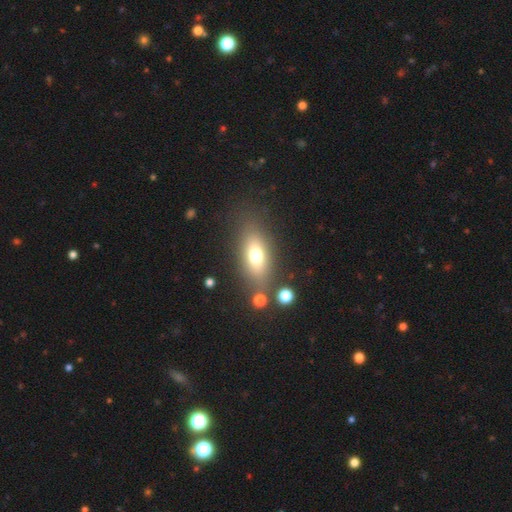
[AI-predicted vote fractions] Q: Smooth or featured?
A: smooth (69%); runner-up: featured or disk (20%)
Q: How rounded?
A: in between (76%); runner-up: cigar-shaped (16%)
Q: Merging?
A: none (73%); runner-up: minor disturbance (14%)